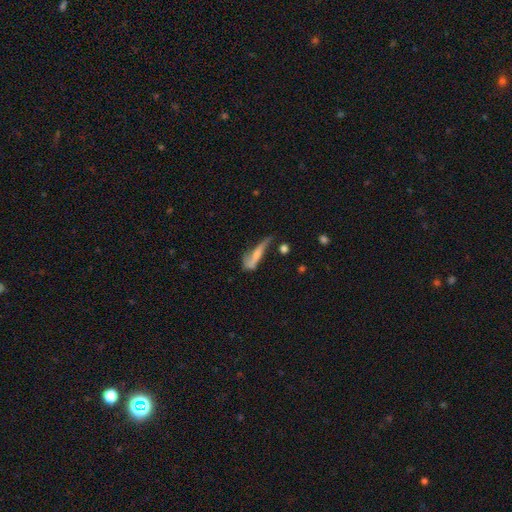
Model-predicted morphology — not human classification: A smooth galaxy with no disk features (51%) that is cigar-shaped (74%).

Vote fractions:
- Smooth or featured? smooth: 51% / featured or disk: 40% / star or artifact: 9%
- How rounded? cigar-shaped: 74% / in between: 23% / round: 3%
- Merging? major disturbance: 34% / none: 28% / minor disturbance: 26% / merger: 13%